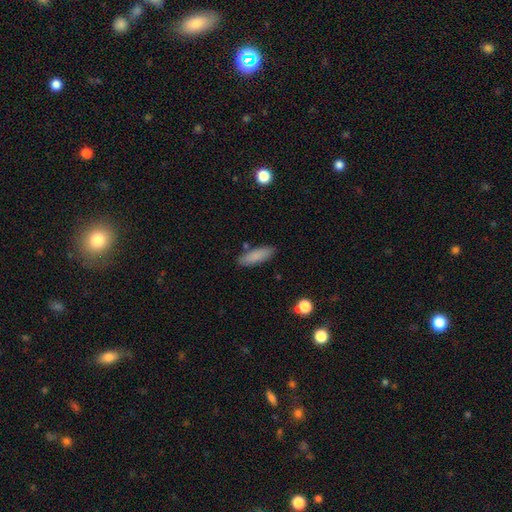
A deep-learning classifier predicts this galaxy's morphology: Overall: smooth (85%). How rounded: in between (51%; cigar-shaped 47%). Merging: none (83%).